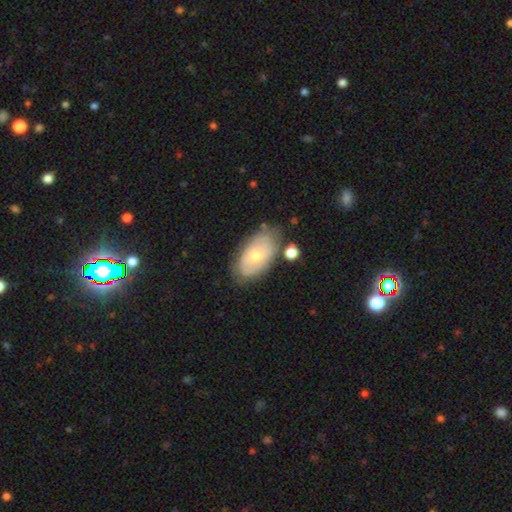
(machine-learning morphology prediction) A smooth galaxy with no disk features (47%).

Vote fractions:
- Smooth or featured? smooth: 47% / featured or disk: 46% / star or artifact: 7%
- Merging? none: 68% / minor disturbance: 21% / merger: 6% / major disturbance: 6%